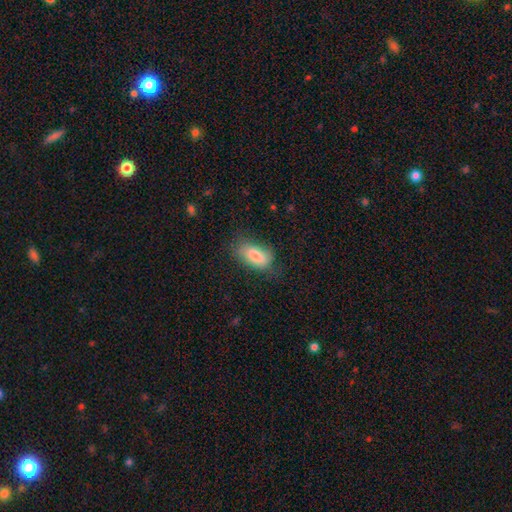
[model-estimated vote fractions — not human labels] The model was most divided on "merging": none: 63%, minor disturbance: 26%, major disturbance: 10%, merger: 2%. More confident: how rounded — in between (87%); smooth or featured — smooth (80%).